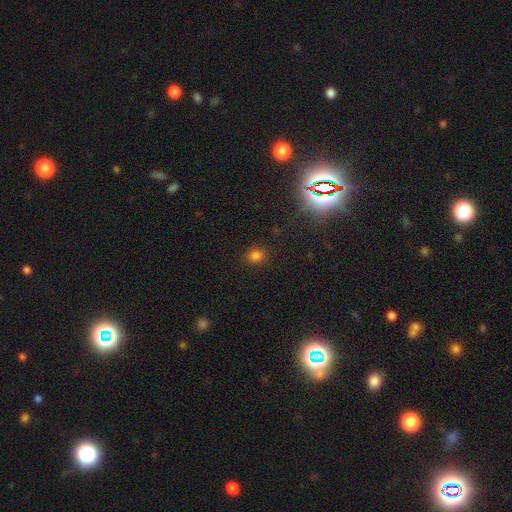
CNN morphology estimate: Smooth or featured? smooth (76%)
How rounded? round (79%)
Merging? none (87%)